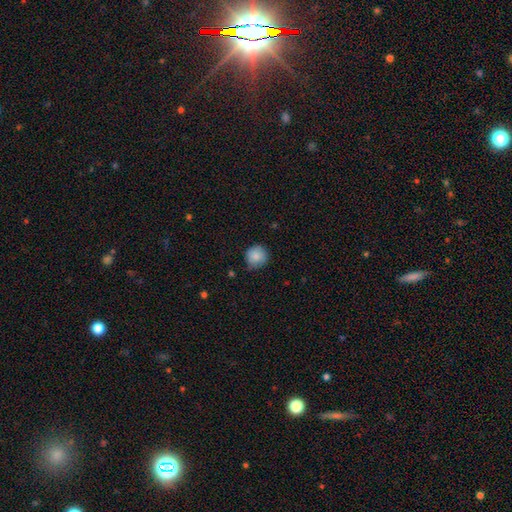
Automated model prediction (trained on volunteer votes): smooth_or_featured: smooth (p=0.86) [alt: star or artifact p=0.08]
how_rounded: round (p=0.92) [alt: in between p=0.07]
merging: none (p=0.79) [alt: minor disturbance p=0.17]